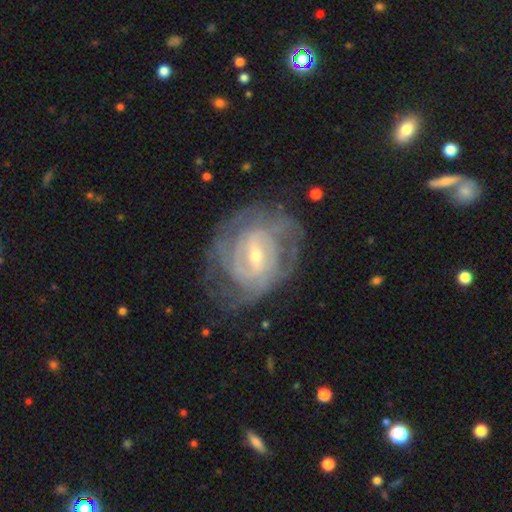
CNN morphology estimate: Q: Smooth or featured?
A: featured or disk (88%); runner-up: smooth (7%)
Q: Edge-on disk?
A: no (97%); runner-up: yes (3%)
Q: Bar?
A: weak (50%); runner-up: strong (34%)
Q: Spiral arms?
A: yes (93%); runner-up: no (7%)
Q: Spiral winding?
A: tight (64%); runner-up: medium (30%)
Q: Spiral arm count?
A: can't tell (36%); runner-up: 2 (26%)
Q: Bulge size?
A: small (62%); runner-up: moderate (34%)
Q: Merging?
A: none (69%); runner-up: minor disturbance (19%)